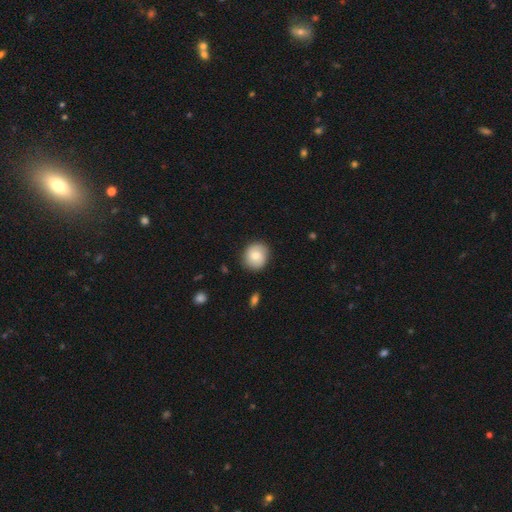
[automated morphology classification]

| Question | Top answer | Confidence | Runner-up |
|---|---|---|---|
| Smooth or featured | smooth | 73% | featured or disk (19%) |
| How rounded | round | 85% | in between (14%) |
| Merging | none | 86% | minor disturbance (10%) |